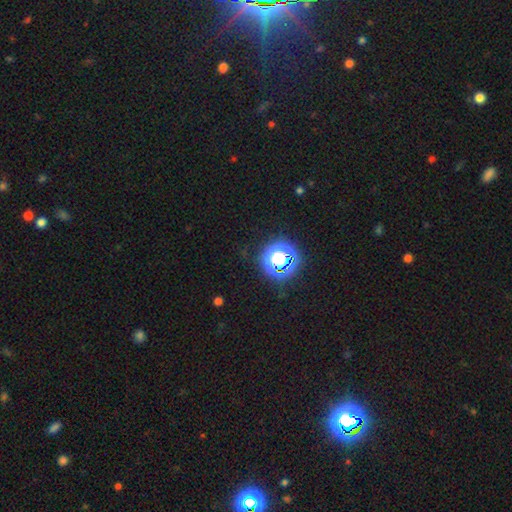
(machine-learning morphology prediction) Q: Smooth or featured?
A: star or artifact (80%); runner-up: smooth (14%)